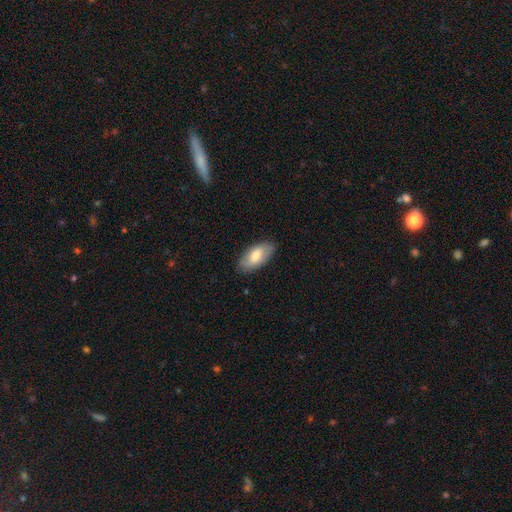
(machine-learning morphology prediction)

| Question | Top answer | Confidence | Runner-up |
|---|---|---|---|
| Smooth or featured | smooth | 69% | featured or disk (25%) |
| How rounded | in between | 92% | cigar-shaped (5%) |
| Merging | none | 84% | minor disturbance (13%) |